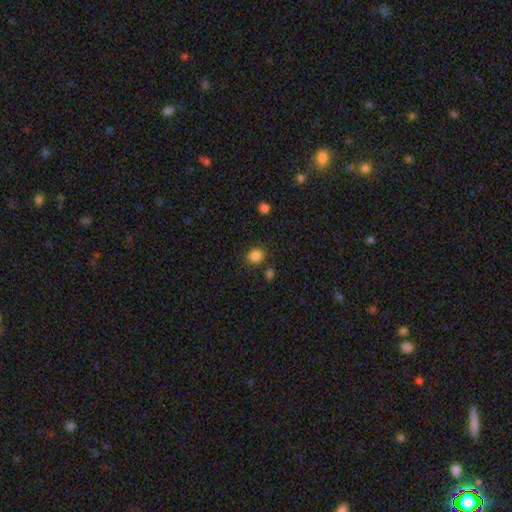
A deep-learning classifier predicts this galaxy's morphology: Smooth or featured: smooth — 85% (star or artifact — 11%)
How rounded: round — 63% (in between — 36%)
Merging: none — 81% (minor disturbance — 11%)